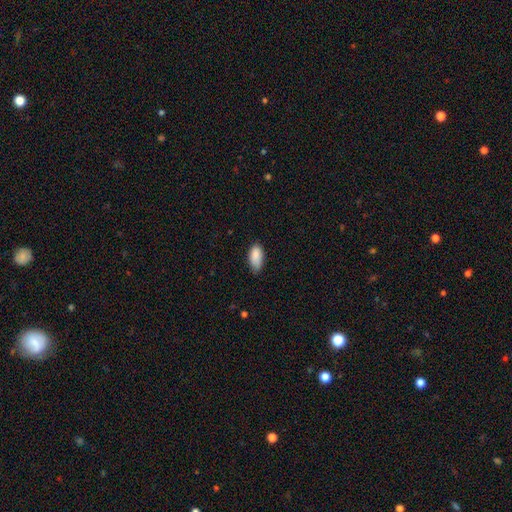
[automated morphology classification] A smooth galaxy with no disk features (88%) that is in between round and cigar-shaped (92%).

Vote fractions:
- Smooth or featured? smooth: 88% / star or artifact: 7% / featured or disk: 5%
- How rounded? in between: 92% / cigar-shaped: 6% / round: 2%
- Merging? none: 65% / minor disturbance: 30% / major disturbance: 4% / merger: 1%